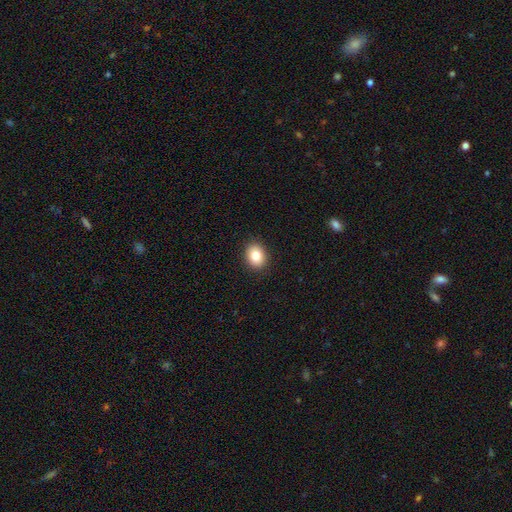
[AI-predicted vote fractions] Smooth or featured: smooth — 82% (star or artifact — 9%)
How rounded: in between — 51% (round — 48%)
Merging: none — 90% (minor disturbance — 7%)